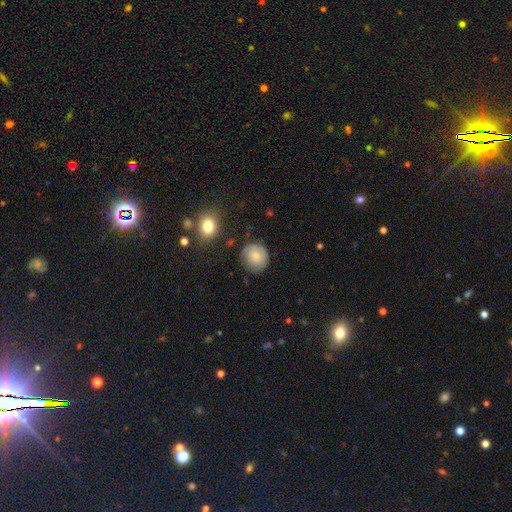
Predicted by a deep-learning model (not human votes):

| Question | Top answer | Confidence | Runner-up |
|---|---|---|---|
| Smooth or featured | smooth | 78% | featured or disk (14%) |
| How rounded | round | 87% | in between (12%) |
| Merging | none | 76% | minor disturbance (17%) |